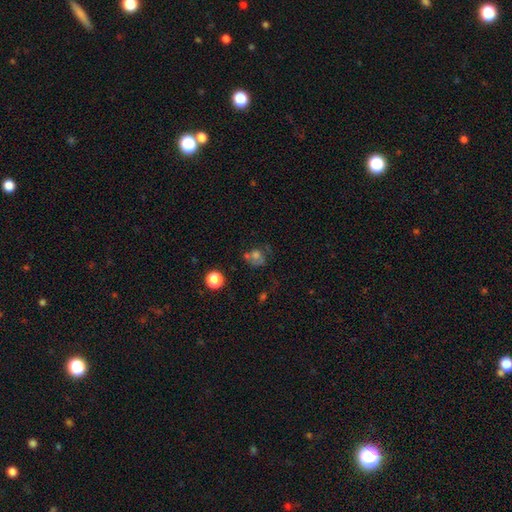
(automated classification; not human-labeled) Q: Smooth or featured?
A: smooth (54%); runner-up: featured or disk (25%)
Q: How rounded?
A: round (70%); runner-up: in between (29%)
Q: Merging?
A: none (45%); runner-up: minor disturbance (20%)